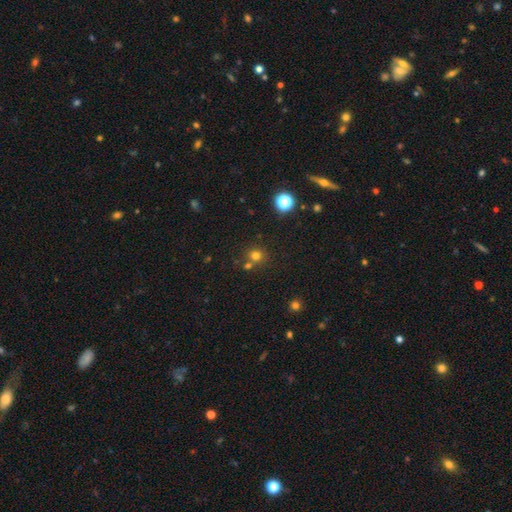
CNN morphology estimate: This is likely a smooth galaxy (73%). How rounded: clearly round (86%). Merging: likely none (65%).